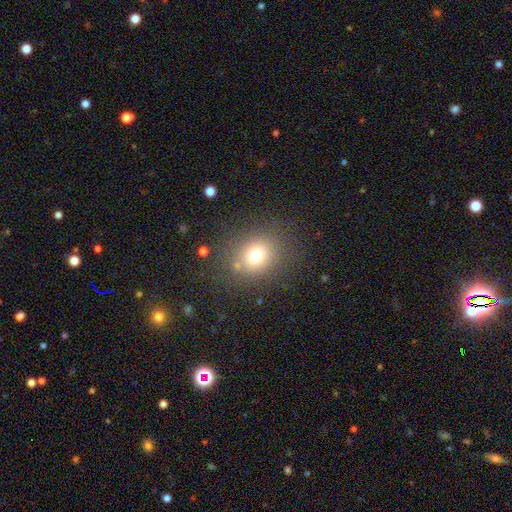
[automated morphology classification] Smooth or featured? smooth (72%)
How rounded? round (69%)
Merging? none (80%)